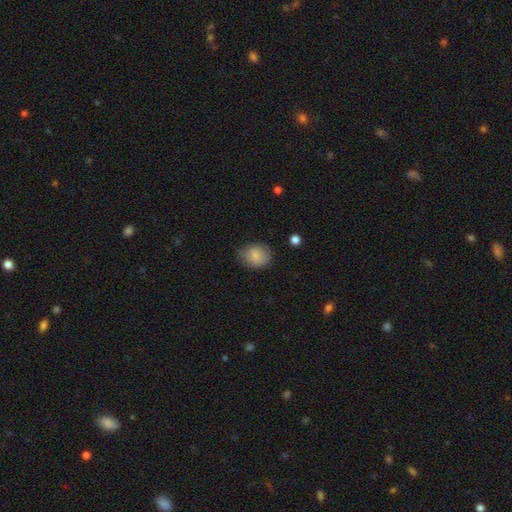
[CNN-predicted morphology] smooth-or-featured: smooth: 84% | featured or disk: 9% | star or artifact: 8%
  how-rounded: round: 52% | in between: 47% | cigar-shaped: 1%
  merging: none: 76% | minor disturbance: 19% | major disturbance: 4% | merger: 1%